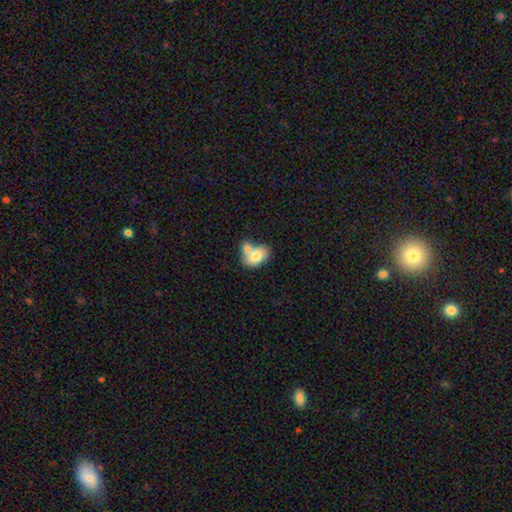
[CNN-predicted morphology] Smooth or featured: smooth — 76% (featured or disk — 18%)
How rounded: in between — 86% (round — 12%)
Merging: merger — 57% (none — 28%)